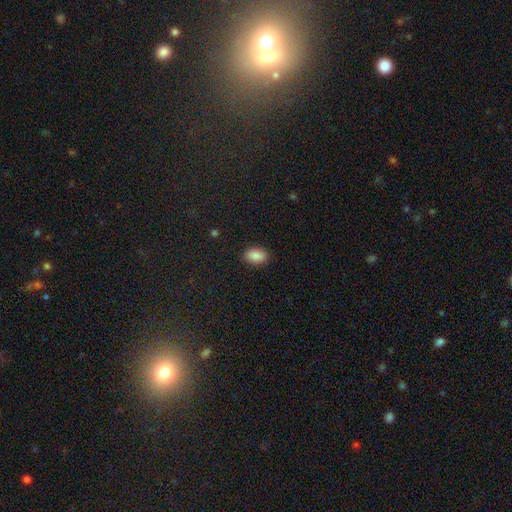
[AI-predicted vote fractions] smooth 88%, star or artifact 8%, featured or disk 4%. Down the decision tree: how rounded — in between (89%); merging — none (89%).